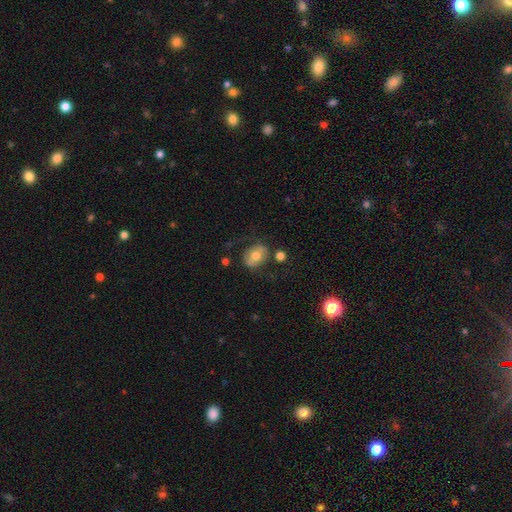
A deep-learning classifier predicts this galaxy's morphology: smooth 58%, featured or disk 34%, star or artifact 8%. Down the decision tree: how rounded — in between (60%); merging — none (63%).